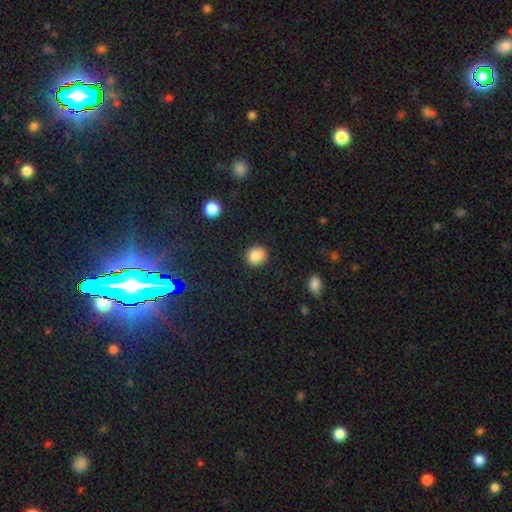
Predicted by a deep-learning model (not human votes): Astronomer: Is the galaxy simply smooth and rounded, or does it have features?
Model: smooth — 86%.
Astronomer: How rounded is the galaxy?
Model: round — 79%.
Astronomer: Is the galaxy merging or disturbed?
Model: none — 90%.